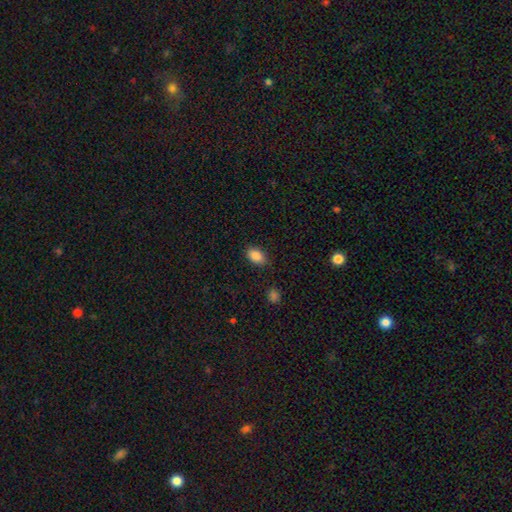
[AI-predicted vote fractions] Smooth or featured?
  - smooth: 87% *
  - star or artifact: 9%
  - featured or disk: 4%
How rounded?
  - in between: 88% *
  - round: 11%
  - cigar-shaped: 1%
Merging?
  - none: 83% *
  - minor disturbance: 12%
  - major disturbance: 3%
  - merger: 2%